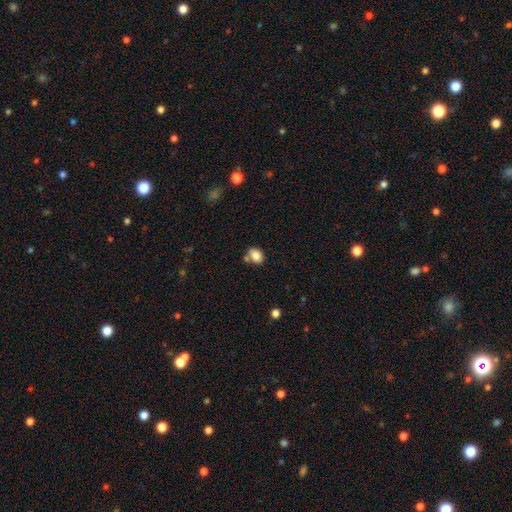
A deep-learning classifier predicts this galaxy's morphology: This appears to be a smooth galaxy with no disk features (84%) that is in between round and cigar-shaped (66%). Merging: none (63%).